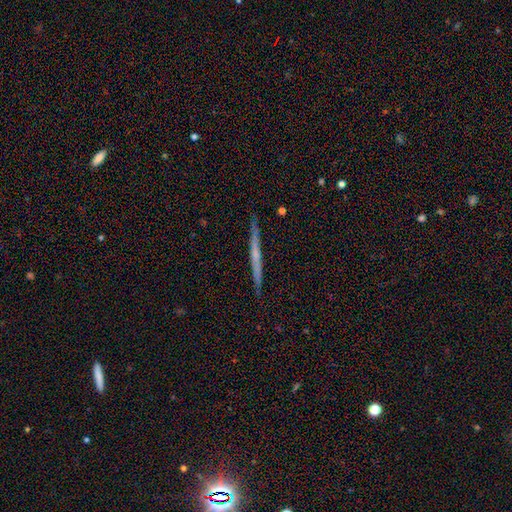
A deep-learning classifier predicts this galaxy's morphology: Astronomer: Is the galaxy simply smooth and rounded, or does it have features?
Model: featured or disk — 60%.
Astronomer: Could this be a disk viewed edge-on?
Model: yes — 98%.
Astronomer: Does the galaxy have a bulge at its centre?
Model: none — 72%.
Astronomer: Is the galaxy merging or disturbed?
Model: none — 91%.